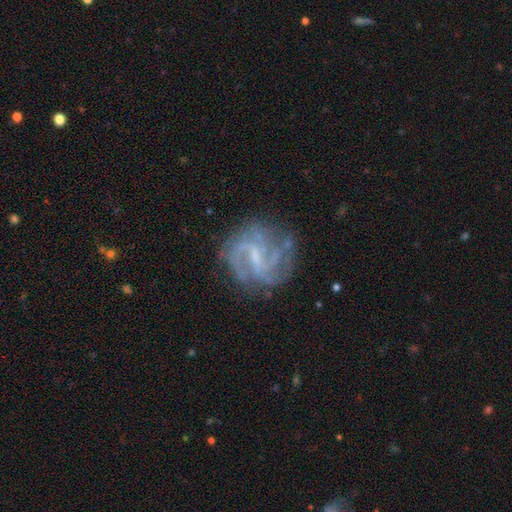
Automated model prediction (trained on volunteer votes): This appears to be a featured or disk galaxy (83%) with a weak bar (56%), 2 (37%) medium (46%) spiral arms (91%) and a small central bulge (47%). Merging: none (70%).